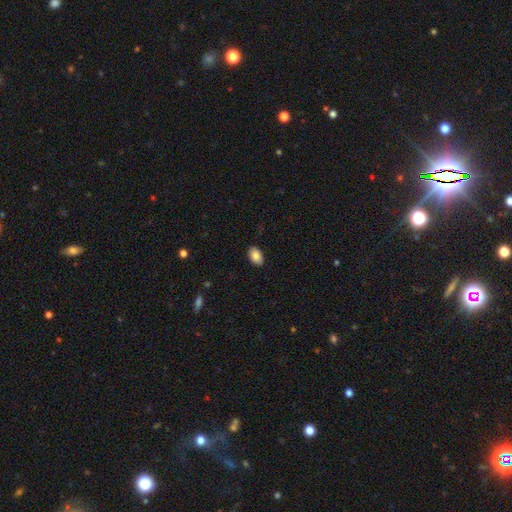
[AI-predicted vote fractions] A smooth galaxy with no disk features (84%) that is in between round and cigar-shaped (91%).

Vote fractions:
- Smooth or featured? smooth: 84% / featured or disk: 8% / star or artifact: 7%
- How rounded? in between: 91% / round: 7% / cigar-shaped: 1%
- Merging? none: 88% / minor disturbance: 9% / major disturbance: 2% / merger: 1%